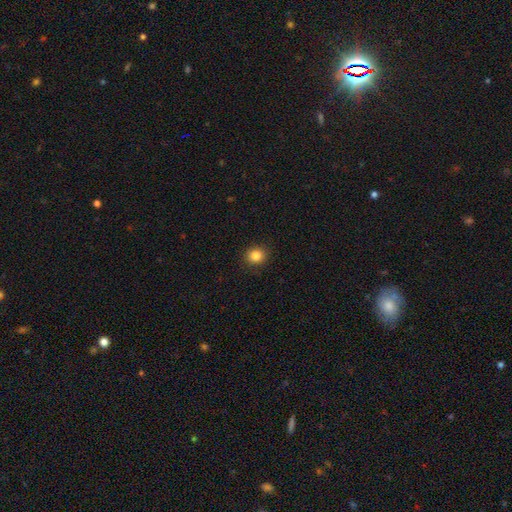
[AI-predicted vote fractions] This is clearly a smooth galaxy (85%). How rounded: clearly round (84%). Merging: clearly none (91%).